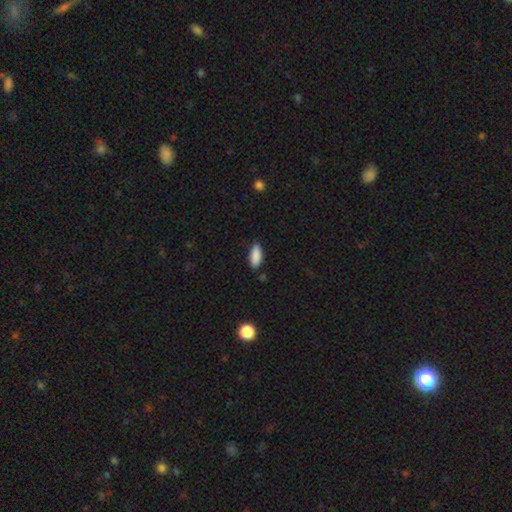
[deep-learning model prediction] A smooth galaxy with no disk features (89%) that is in between round and cigar-shaped (76%).

Vote fractions:
- Smooth or featured? smooth: 89% / star or artifact: 7% / featured or disk: 4%
- How rounded? in between: 76% / cigar-shaped: 22% / round: 2%
- Merging? none: 86% / minor disturbance: 10% / major disturbance: 2% / merger: 2%